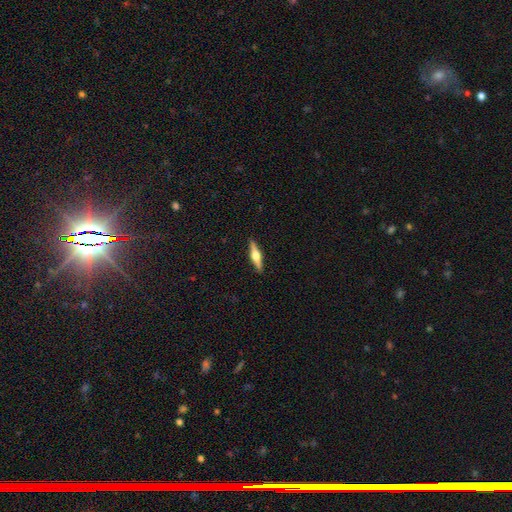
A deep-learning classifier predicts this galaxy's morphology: A featured or disk galaxy (68%) viewed edge-on (97%) with a rounded central bulge (94%). Merging: none (91%).